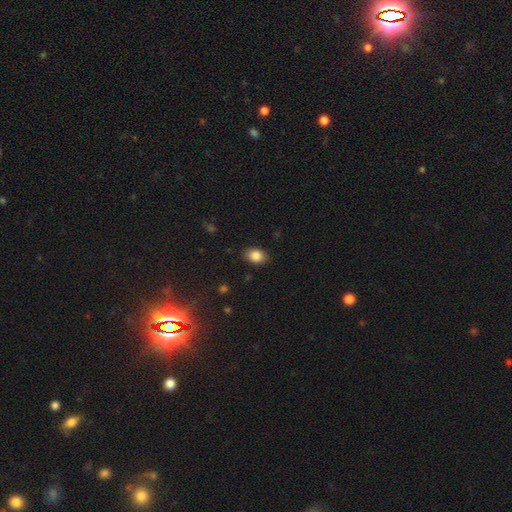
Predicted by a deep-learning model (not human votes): Smooth or featured?
  - smooth: 85% *
  - star or artifact: 9%
  - featured or disk: 6%
How rounded?
  - in between: 73% *
  - round: 26%
  - cigar-shaped: 1%
Merging?
  - none: 86% *
  - minor disturbance: 11%
  - major disturbance: 2%
  - merger: 1%